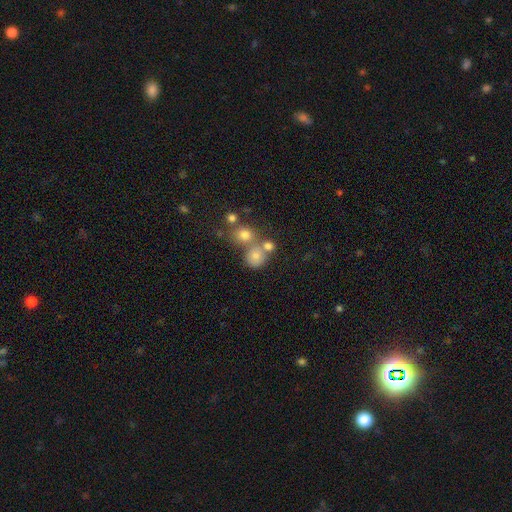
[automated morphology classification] Smooth or featured? smooth (72%)
How rounded? round (78%)
Merging? none (47%)